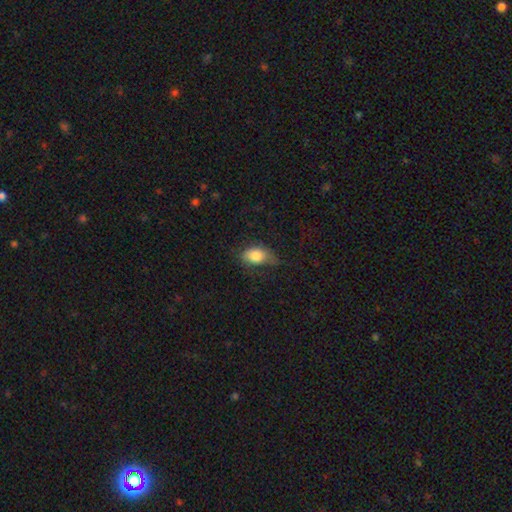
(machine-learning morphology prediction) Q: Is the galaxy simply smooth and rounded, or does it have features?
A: smooth — 81%.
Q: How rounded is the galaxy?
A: in between — 86%.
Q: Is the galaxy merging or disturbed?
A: none — 50%.